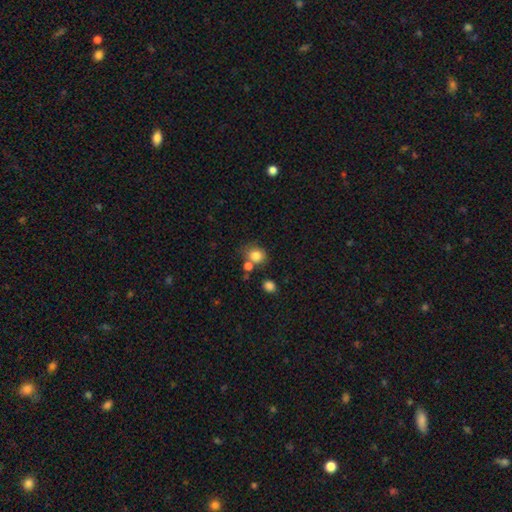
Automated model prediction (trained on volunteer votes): A smooth galaxy with no disk features (81%) that is round (70%). Merging: none (59%).